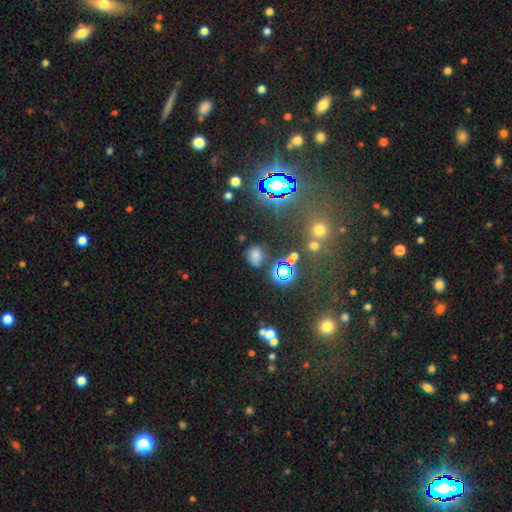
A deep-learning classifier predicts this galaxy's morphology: This appears to be a smooth galaxy with no disk features (63%) that is round (49%, tied with in between). Merging: none (75%).